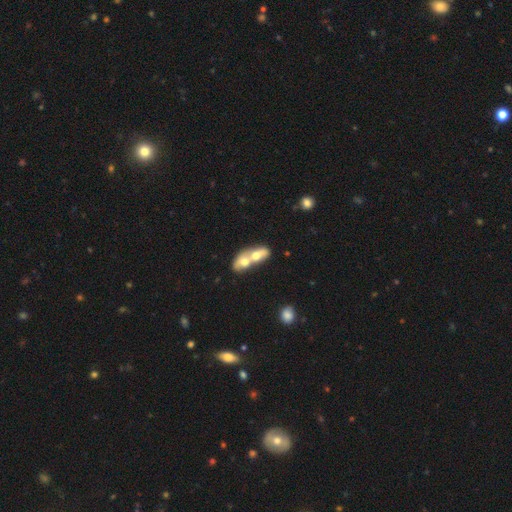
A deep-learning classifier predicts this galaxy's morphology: Smooth or featured? Predicted: smooth (p=0.58). How rounded? Predicted: in between (p=0.75). Merging? Predicted: merger (p=0.81).